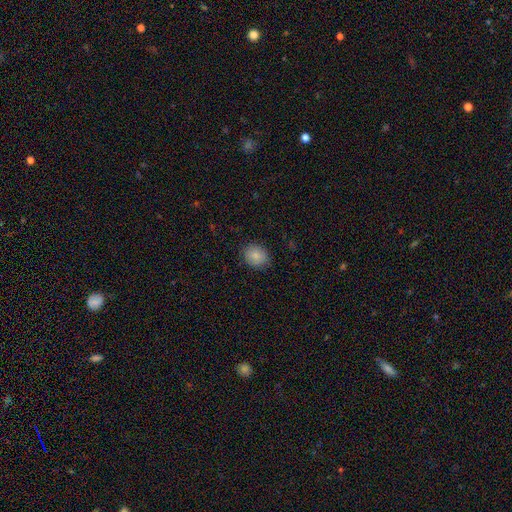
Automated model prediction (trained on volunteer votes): A smooth galaxy with no disk features (84%) that is round (68%). Merging: none (84%).